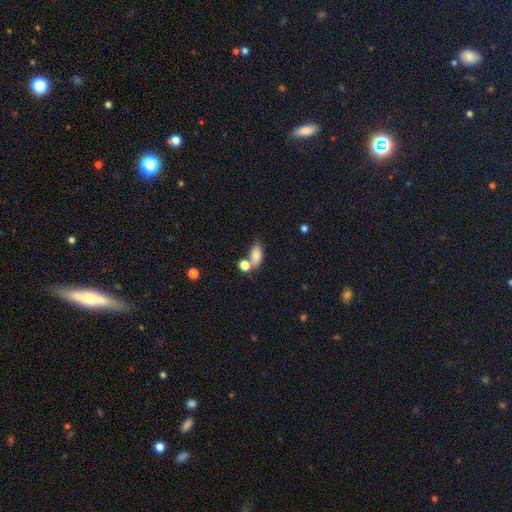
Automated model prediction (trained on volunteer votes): This appears to be a smooth galaxy with no disk features (82%) that is in between round and cigar-shaped (86%). Merging: none (47%).